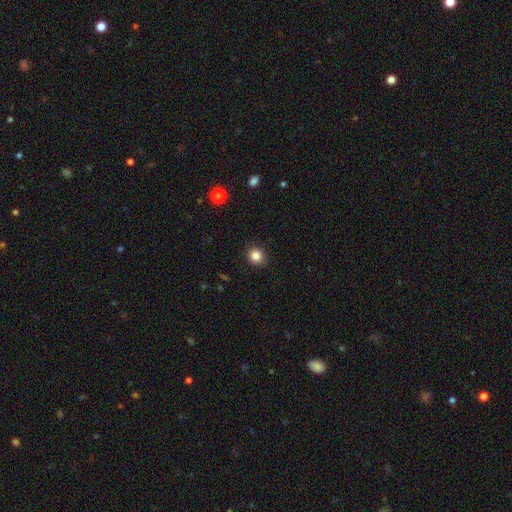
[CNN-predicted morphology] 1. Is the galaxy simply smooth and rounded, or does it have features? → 84% smooth, 11% star or artifact, 5% featured or disk.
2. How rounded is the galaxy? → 82% round, 18% in between, 1% cigar-shaped.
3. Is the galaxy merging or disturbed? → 90% none, 7% minor disturbance, 2% major disturbance, 1% merger.